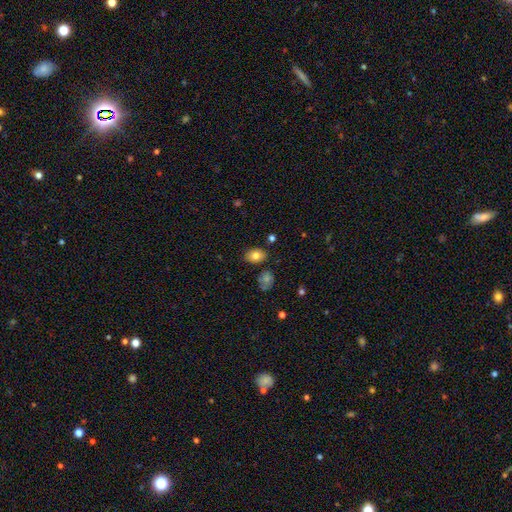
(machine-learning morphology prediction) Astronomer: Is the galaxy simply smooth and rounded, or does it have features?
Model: smooth — 79%.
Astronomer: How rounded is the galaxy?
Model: in between — 84%.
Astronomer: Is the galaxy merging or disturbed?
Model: none — 81%.